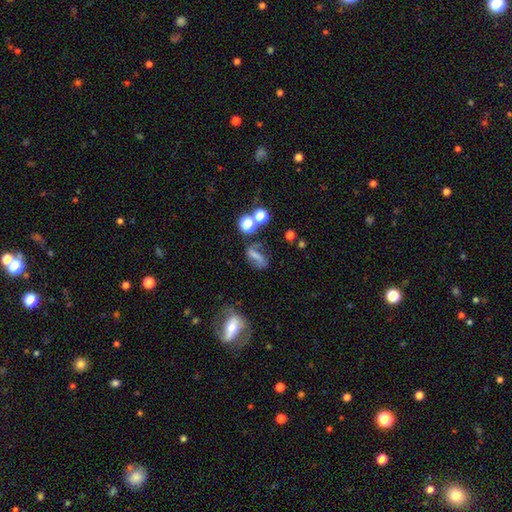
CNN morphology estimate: type=featured or disk (43%); merging=none (53%).